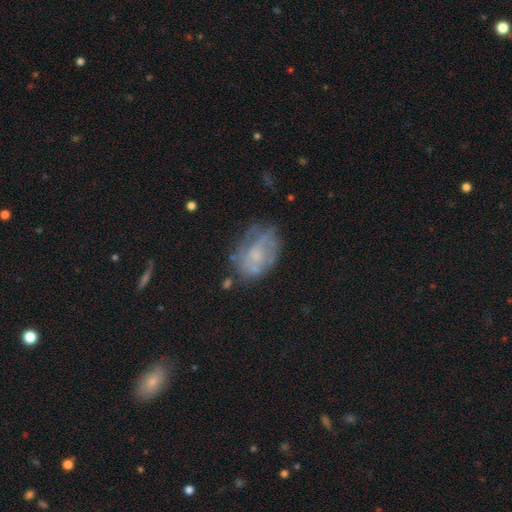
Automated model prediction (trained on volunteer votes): This appears to be a featured or disk galaxy (56%) with no bar (75%), spiral arms (51%) and a small central bulge (41%). Merging: none (54%).